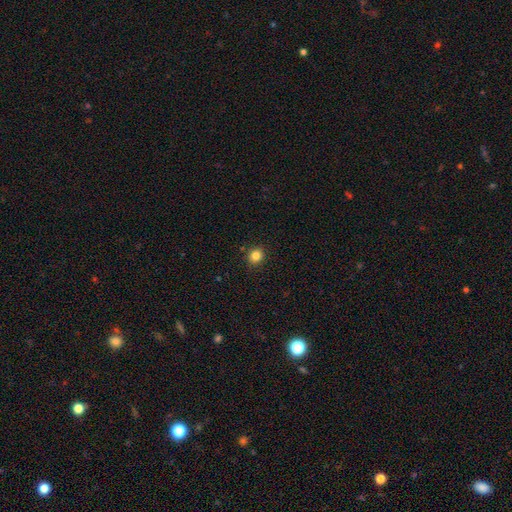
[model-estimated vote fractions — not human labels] Smooth or featured? Predicted: smooth (p=0.83). How rounded? Predicted: round (p=0.82). Merging? Predicted: none (p=0.90).